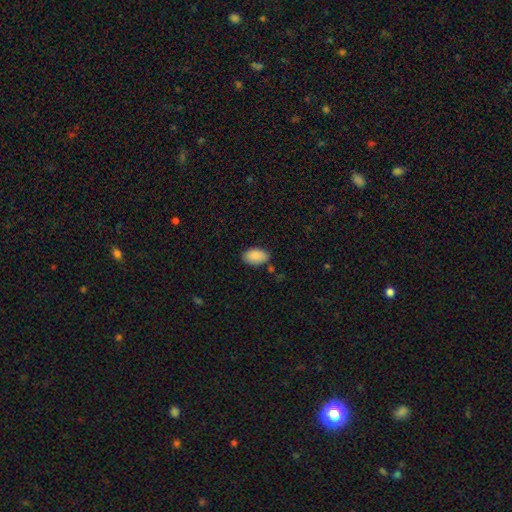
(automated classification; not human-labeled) The model was most divided on "merging": none: 80%, minor disturbance: 14%, merger: 3%, major disturbance: 3%. More confident: how rounded — in between (93%); smooth or featured — smooth (90%).